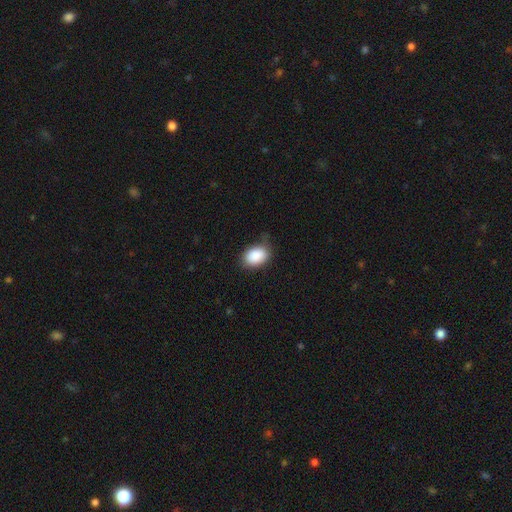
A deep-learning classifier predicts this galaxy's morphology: This is clearly a smooth galaxy (88%). How rounded: likely in between (80%). Merging: likely none (65%).